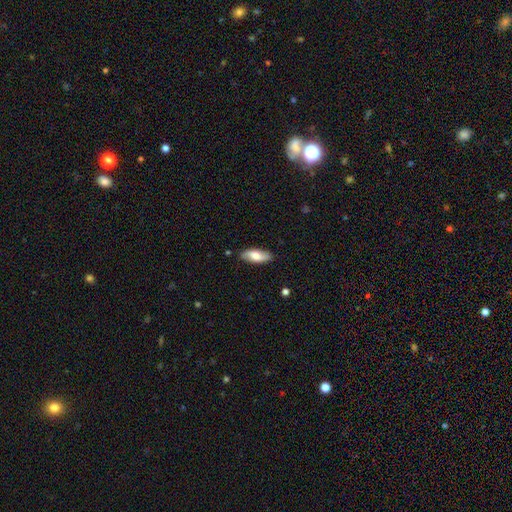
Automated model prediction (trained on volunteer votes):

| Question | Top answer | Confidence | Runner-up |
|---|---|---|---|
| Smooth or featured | smooth | 70% | featured or disk (24%) |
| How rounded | in between | 77% | cigar-shaped (21%) |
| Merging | none | 84% | minor disturbance (12%) |